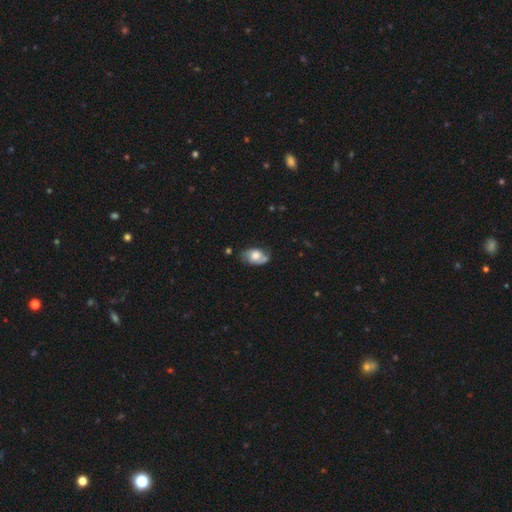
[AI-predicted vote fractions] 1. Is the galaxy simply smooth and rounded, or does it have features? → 51% smooth, 42% featured or disk, 8% star or artifact.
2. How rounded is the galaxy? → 86% in between, 12% round, 2% cigar-shaped.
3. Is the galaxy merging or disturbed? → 57% none, 29% minor disturbance, 10% major disturbance, 4% merger.